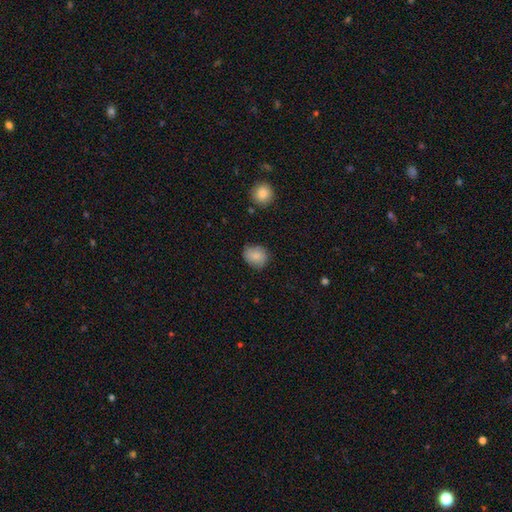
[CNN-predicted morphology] type=smooth (86%); roundness=round (67%); merging=none (74%).